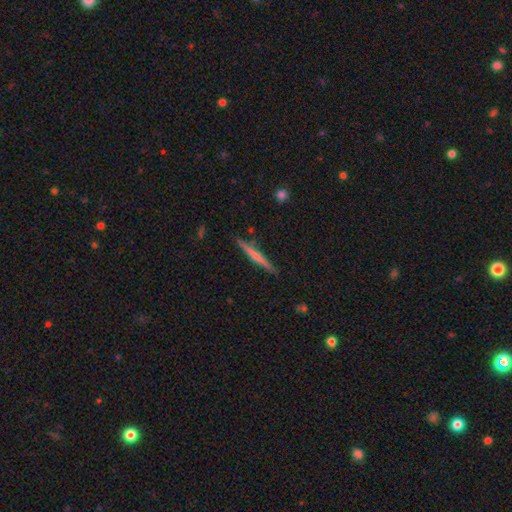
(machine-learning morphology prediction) smooth-or-featured: featured or disk: 54% | smooth: 40% | star or artifact: 6%
  disk-edge-on: yes: 98% | no: 2%
    edge-on-bulge: none: 57% | rounded: 34% | boxy: 9%
  merging: none: 90% | minor disturbance: 7% | merger: 1% | major disturbance: 1%